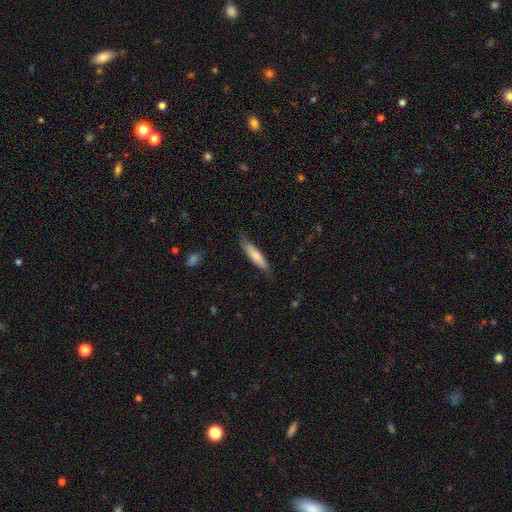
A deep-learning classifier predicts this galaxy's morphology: This appears to be a smooth galaxy with no disk features (74%) that is cigar-shaped (82%). Merging: none (78%).